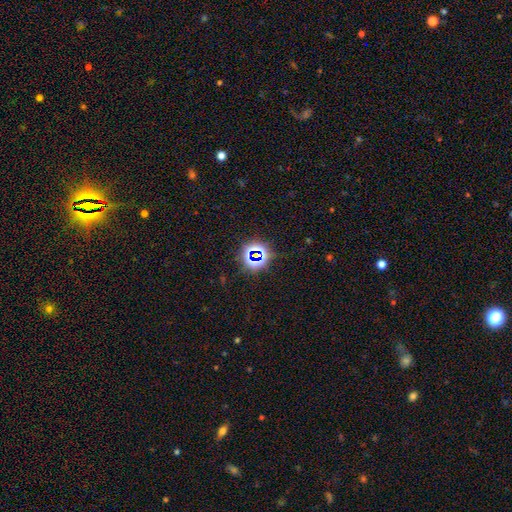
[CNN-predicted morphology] The model was most divided on "smooth or featured": star or artifact: 73%, smooth: 18%, featured or disk: 9%.